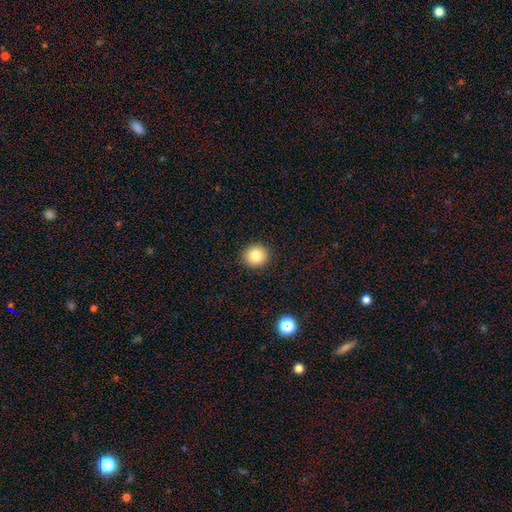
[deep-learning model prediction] This appears to be a smooth galaxy with no disk features (82%) that is round (90%). Merging: none (92%).